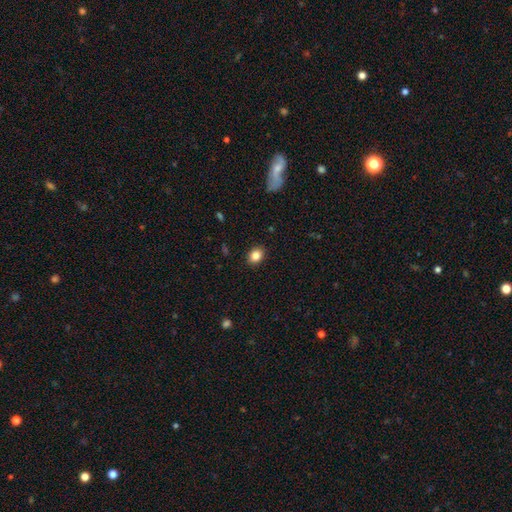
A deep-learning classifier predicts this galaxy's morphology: Q: Smooth or featured?
A: smooth (85%); runner-up: star or artifact (10%)
Q: How rounded?
A: in between (51%); runner-up: round (48%)
Q: Merging?
A: none (90%); runner-up: minor disturbance (7%)